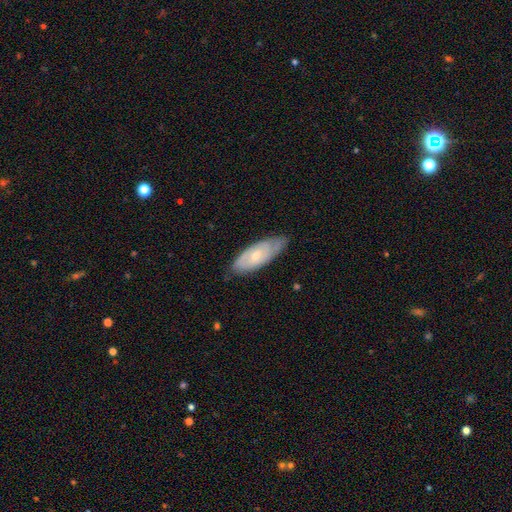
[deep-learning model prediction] Smooth or featured? Predicted: featured or disk (p=0.56). Edge-on disk? Predicted: no (p=0.83). Merging? Predicted: none (p=0.71).